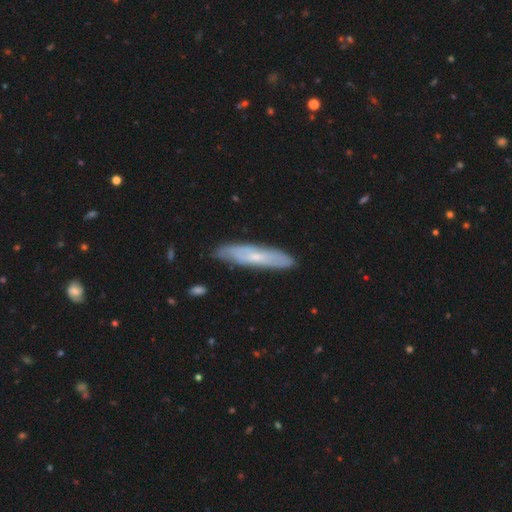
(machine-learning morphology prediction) A featured or disk galaxy (46%). Merging: none (86%).